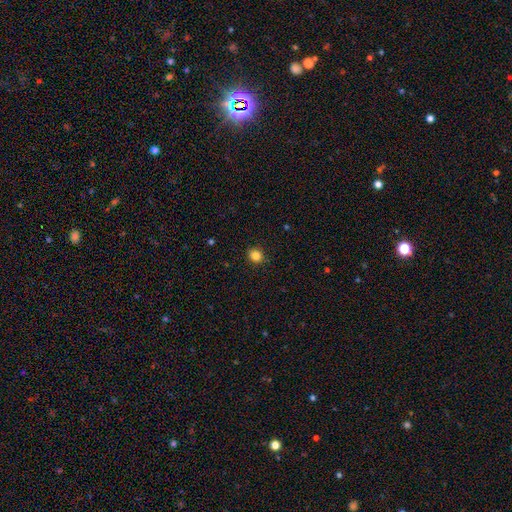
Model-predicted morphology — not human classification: This appears to be a smooth galaxy with no disk features (84%) that is round (78%). Merging: none (91%).